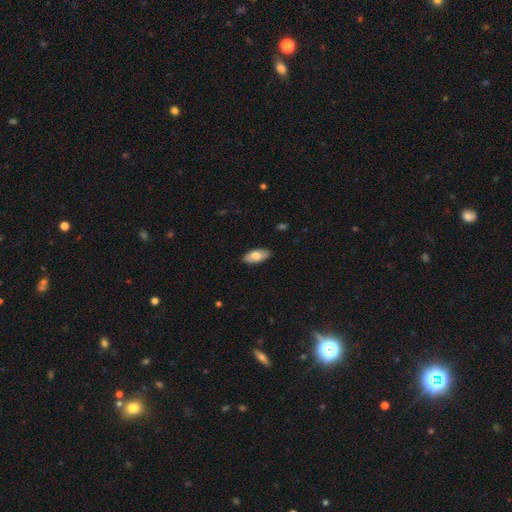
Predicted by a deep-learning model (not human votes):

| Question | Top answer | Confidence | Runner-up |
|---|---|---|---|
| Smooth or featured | smooth | 76% | featured or disk (18%) |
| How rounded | in between | 91% | cigar-shaped (7%) |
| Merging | none | 87% | minor disturbance (10%) |